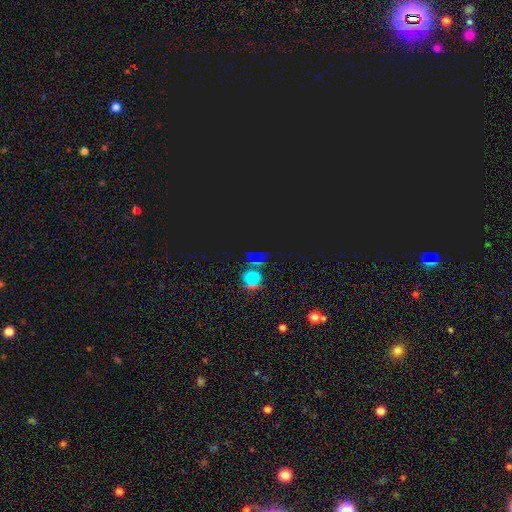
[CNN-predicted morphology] The model was most divided on "smooth or featured": star or artifact: 78%, smooth: 15%, featured or disk: 7%.